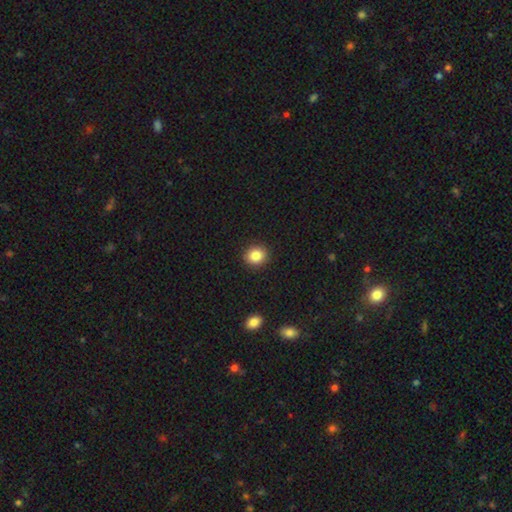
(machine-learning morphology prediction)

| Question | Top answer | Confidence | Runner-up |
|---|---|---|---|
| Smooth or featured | smooth | 85% | star or artifact (10%) |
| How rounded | round | 79% | in between (20%) |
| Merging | none | 91% | minor disturbance (6%) |